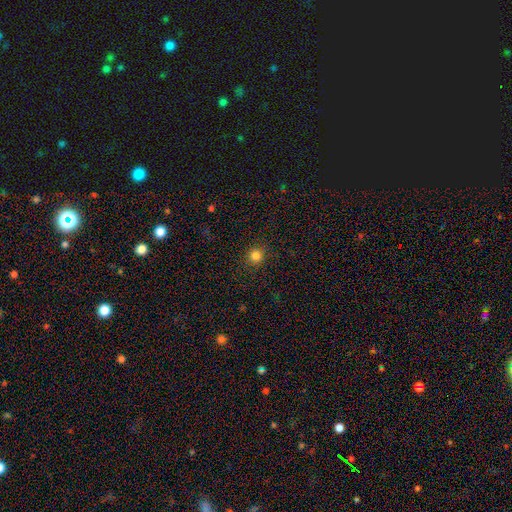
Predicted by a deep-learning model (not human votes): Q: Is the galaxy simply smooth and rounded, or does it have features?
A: smooth — 82%.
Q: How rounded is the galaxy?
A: round — 92%.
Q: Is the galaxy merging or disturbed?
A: none — 91%.